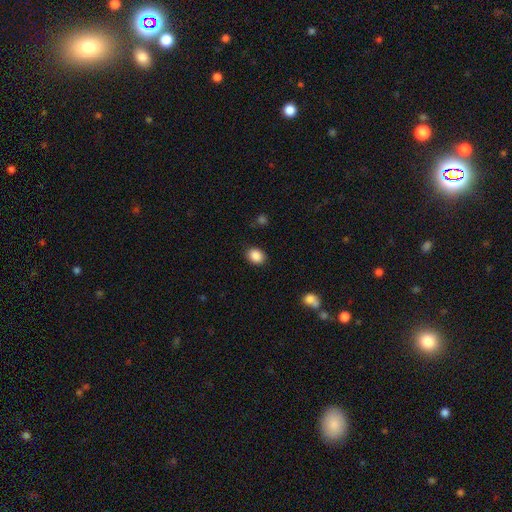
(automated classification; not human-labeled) This is clearly a smooth galaxy (88%). How rounded: possibly in between (56%). Merging: clearly none (87%).